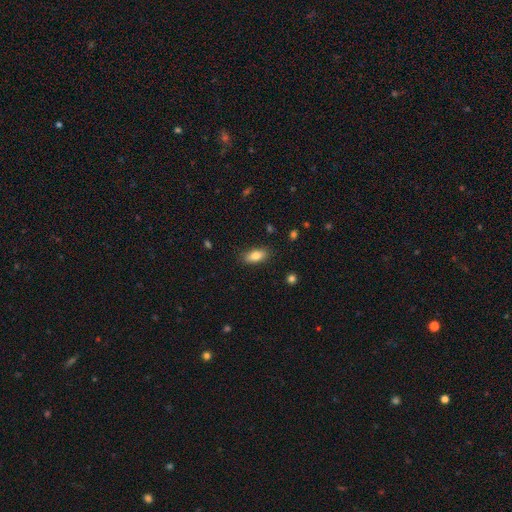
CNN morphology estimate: Smooth or featured? Predicted: smooth (p=0.82). How rounded? Predicted: in between (p=0.85). Merging? Predicted: none (p=0.86).